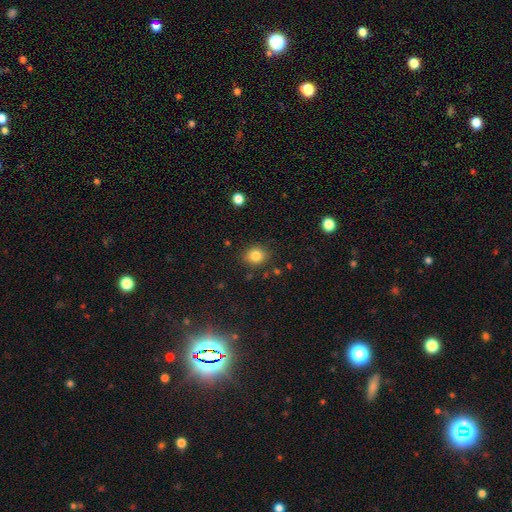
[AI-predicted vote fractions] Smooth or featured? smooth (83%)
How rounded? round (64%)
Merging? none (84%)